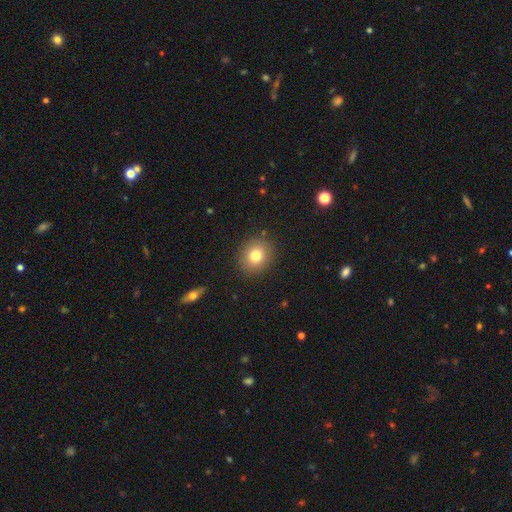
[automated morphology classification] This is likely a smooth galaxy (78%). How rounded: likely round (77%). Merging: clearly none (88%).